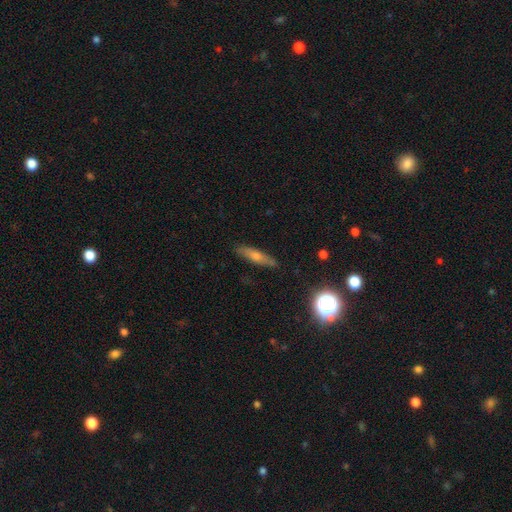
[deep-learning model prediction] This is possibly a smooth galaxy (46%). Merging: clearly none (86%).